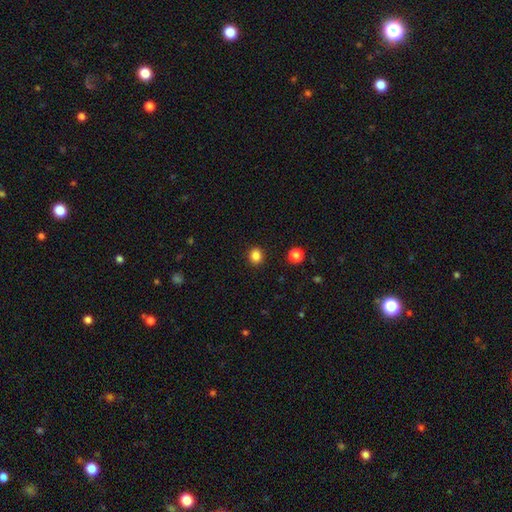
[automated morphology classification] smooth-or-featured: smooth: 84% | star or artifact: 12% | featured or disk: 4%
  how-rounded: round: 76% | in between: 23% | cigar-shaped: 1%
  merging: none: 91% | minor disturbance: 6% | major disturbance: 2% | merger: 1%